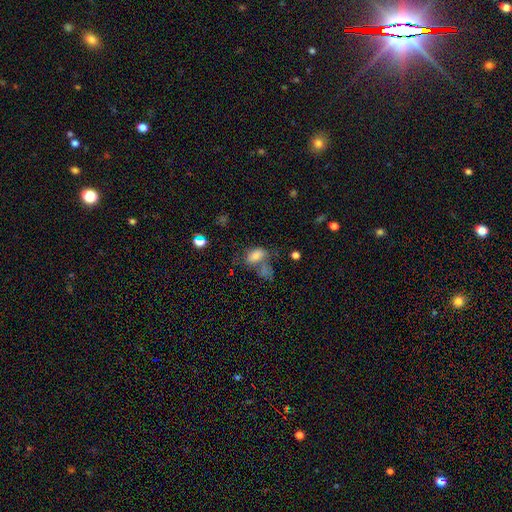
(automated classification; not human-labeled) A smooth galaxy with no disk features (74%) that is in between round and cigar-shaped (87%).

Vote fractions:
- Smooth or featured? smooth: 74% / featured or disk: 13% / star or artifact: 13%
- How rounded? in between: 87% / round: 11% / cigar-shaped: 2%
- Merging? merger: 34% / none: 31% / minor disturbance: 18% / major disturbance: 16%